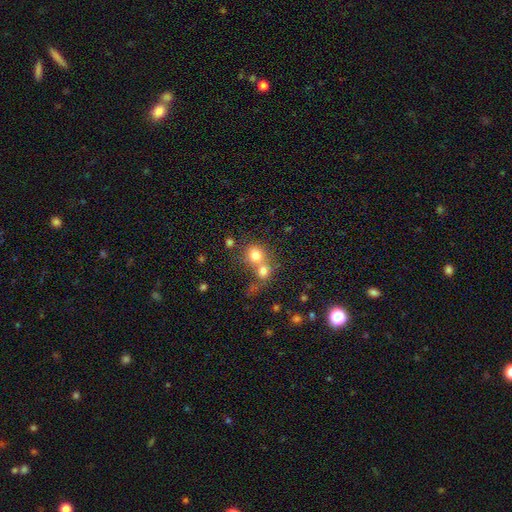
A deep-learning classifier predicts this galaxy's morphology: type=smooth (76%); roundness=round (75%); merging=merger (56%).